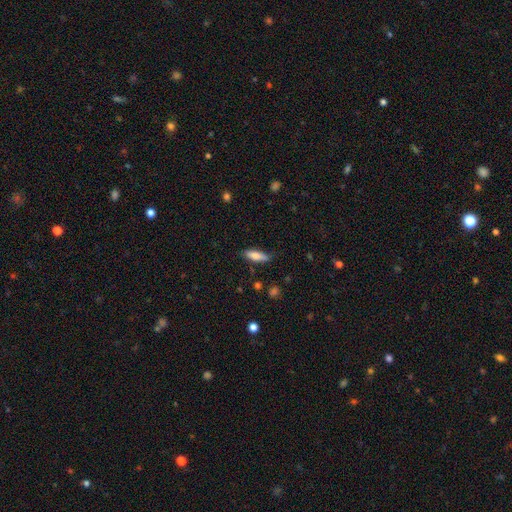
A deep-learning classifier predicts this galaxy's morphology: Overall: smooth (76%). How rounded: in between (54%; cigar-shaped 44%). Merging: none (78%).